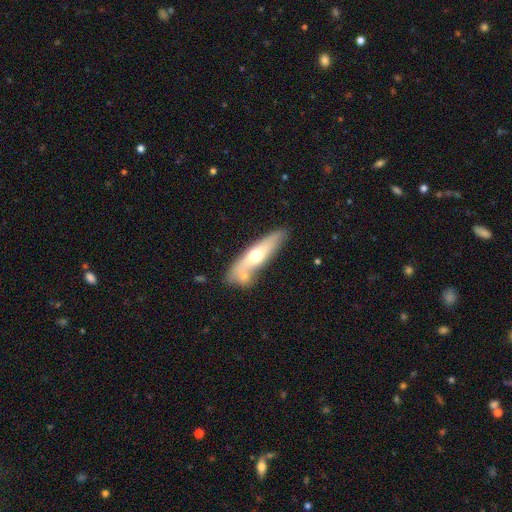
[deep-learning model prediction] Q: Smooth or featured?
A: smooth (51%); runner-up: featured or disk (44%)
Q: How rounded?
A: cigar-shaped (70%); runner-up: in between (27%)
Q: Merging?
A: none (65%); runner-up: merger (18%)